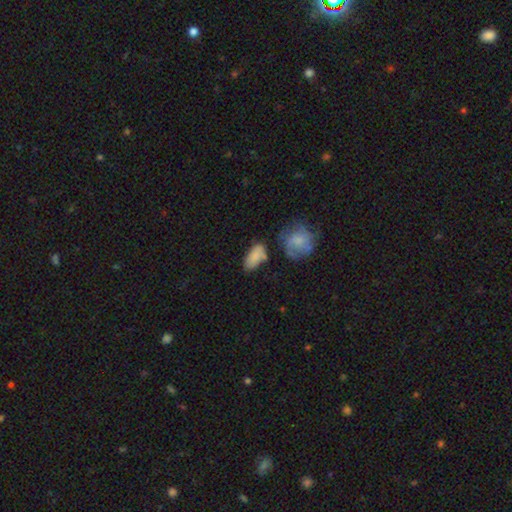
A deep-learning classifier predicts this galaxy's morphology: Q: Smooth or featured?
A: smooth (79%); runner-up: featured or disk (13%)
Q: How rounded?
A: in between (90%); runner-up: round (5%)
Q: Merging?
A: none (55%); runner-up: minor disturbance (24%)